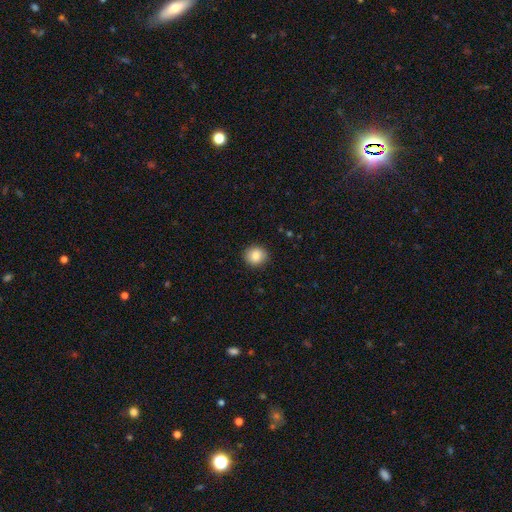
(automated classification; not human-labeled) Q: Smooth or featured?
A: smooth (86%); runner-up: star or artifact (9%)
Q: How rounded?
A: round (84%); runner-up: in between (15%)
Q: Merging?
A: none (90%); runner-up: minor disturbance (7%)